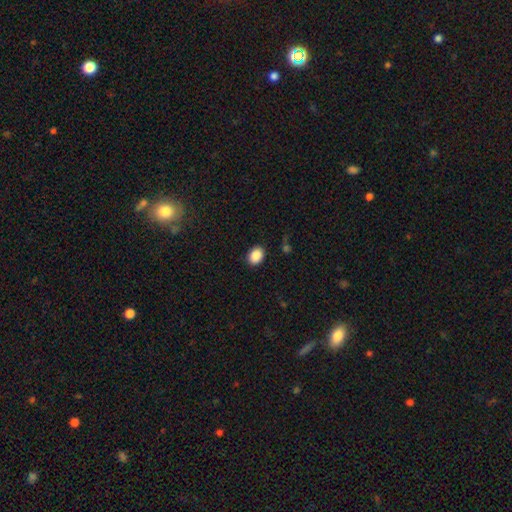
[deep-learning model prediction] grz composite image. It shows a smooth galaxy with no disk features (88%) that is in between round and cigar-shaped (70%). Merging: none (88%).